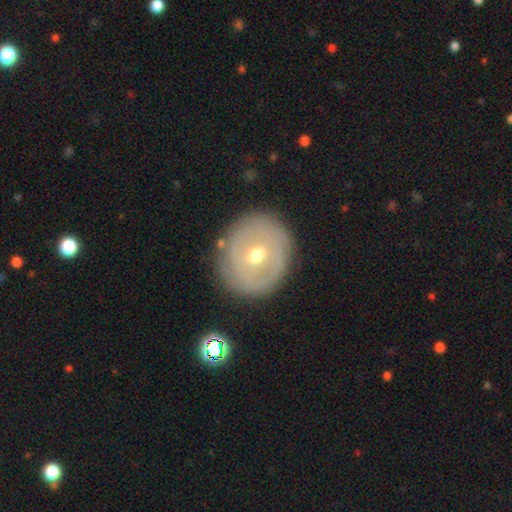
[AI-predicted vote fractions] Morphology: type=featured or disk (57%); edge-on=no (95%); bar=no (54%); spiral arms=no (56%); bulge=moderate (67%); merging=none (80%).